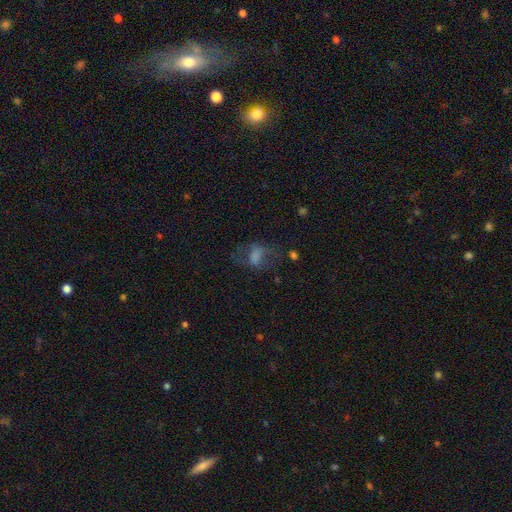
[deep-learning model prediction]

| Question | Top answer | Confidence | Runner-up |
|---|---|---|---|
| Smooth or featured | smooth | 45% | featured or disk (35%) |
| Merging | none | 49% | major disturbance (29%) |